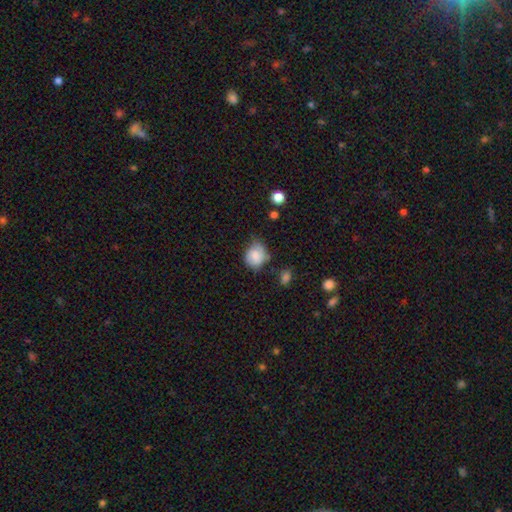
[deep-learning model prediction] Smooth or featured? Predicted: smooth (p=0.79). How rounded? Predicted: round (p=0.67). Merging? Predicted: none (p=0.46).